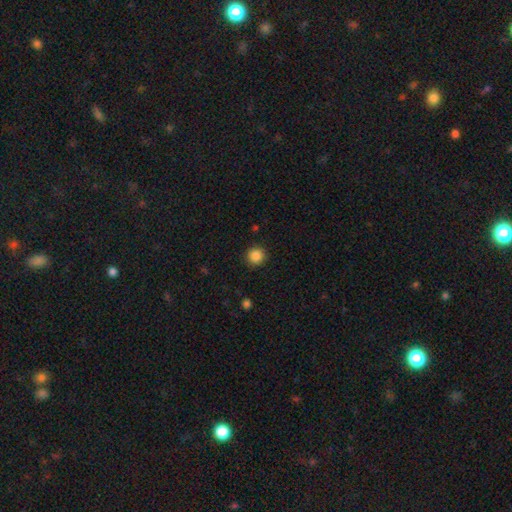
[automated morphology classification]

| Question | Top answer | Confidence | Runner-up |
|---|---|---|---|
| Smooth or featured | smooth | 87% | star or artifact (10%) |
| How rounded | round | 95% | in between (5%) |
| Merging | none | 91% | minor disturbance (6%) |